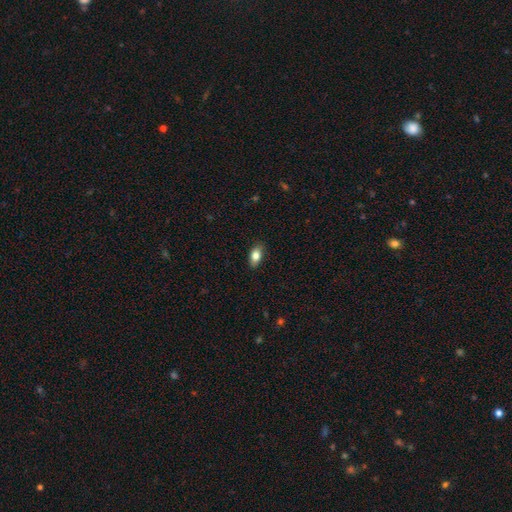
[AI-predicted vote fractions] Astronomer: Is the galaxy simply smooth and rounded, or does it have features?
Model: smooth — 81%.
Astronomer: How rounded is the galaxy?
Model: in between — 87%.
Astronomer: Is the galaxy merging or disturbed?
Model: none — 85%.